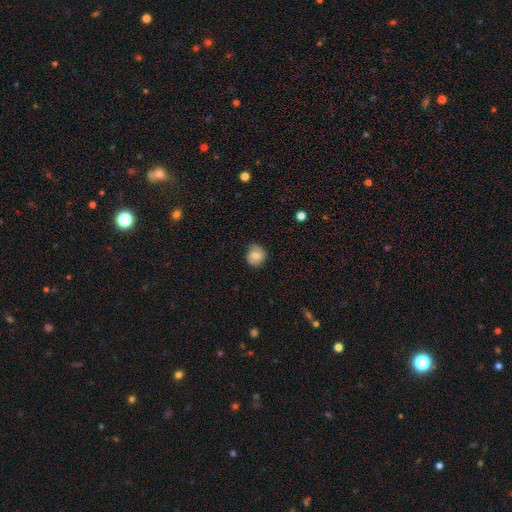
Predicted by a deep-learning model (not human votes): Q: Smooth or featured?
A: smooth (61%); runner-up: featured or disk (30%)
Q: How rounded?
A: round (80%); runner-up: in between (19%)
Q: Merging?
A: none (78%); runner-up: minor disturbance (17%)